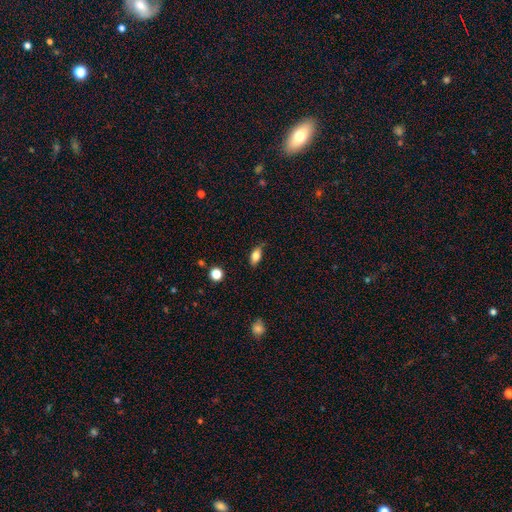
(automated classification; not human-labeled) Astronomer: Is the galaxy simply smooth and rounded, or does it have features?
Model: smooth — 77%.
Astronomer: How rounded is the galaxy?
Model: in between — 85%.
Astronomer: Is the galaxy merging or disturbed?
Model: none — 75%.